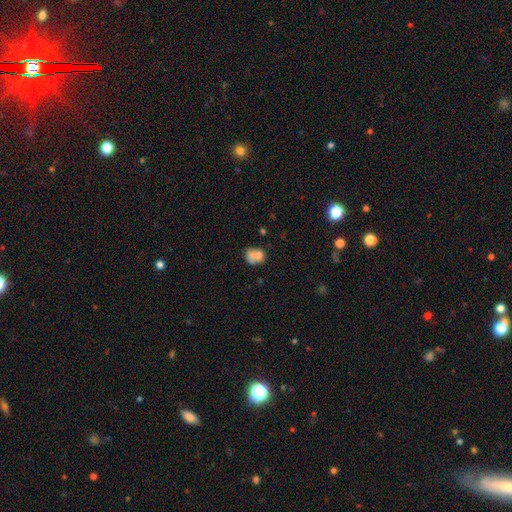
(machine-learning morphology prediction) A smooth galaxy with no disk features (66%) that is round (56%).

Vote fractions:
- Smooth or featured? smooth: 66% / featured or disk: 23% / star or artifact: 11%
- How rounded? round: 56% / in between: 43% / cigar-shaped: 1%
- Merging? merger: 42% / none: 33% / minor disturbance: 15% / major disturbance: 9%